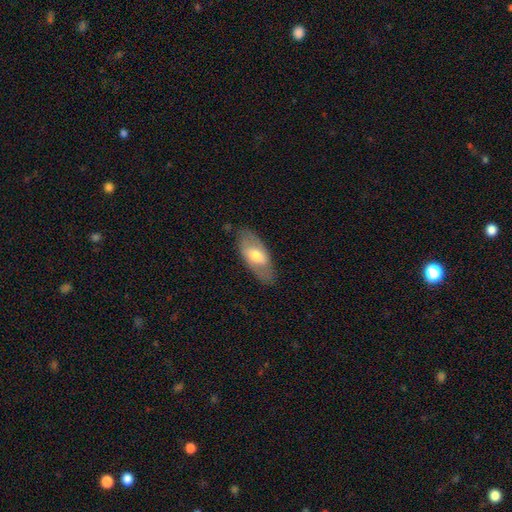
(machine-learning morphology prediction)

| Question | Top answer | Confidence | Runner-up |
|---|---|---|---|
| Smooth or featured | smooth | 49% | featured or disk (45%) |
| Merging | none | 78% | minor disturbance (16%) |